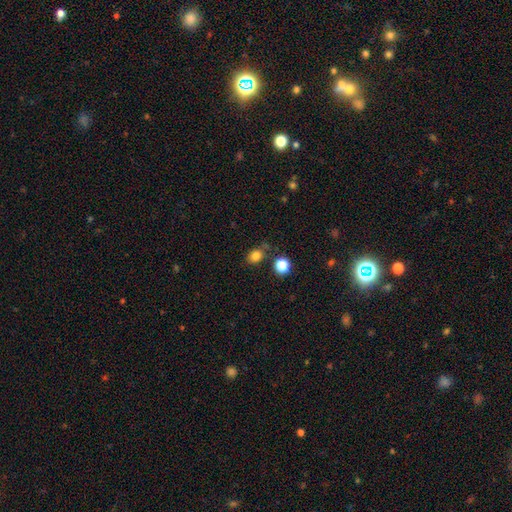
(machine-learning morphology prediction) Q: Smooth or featured?
A: smooth (82%); runner-up: star or artifact (13%)
Q: How rounded?
A: round (54%); runner-up: in between (45%)
Q: Merging?
A: none (73%); runner-up: minor disturbance (14%)